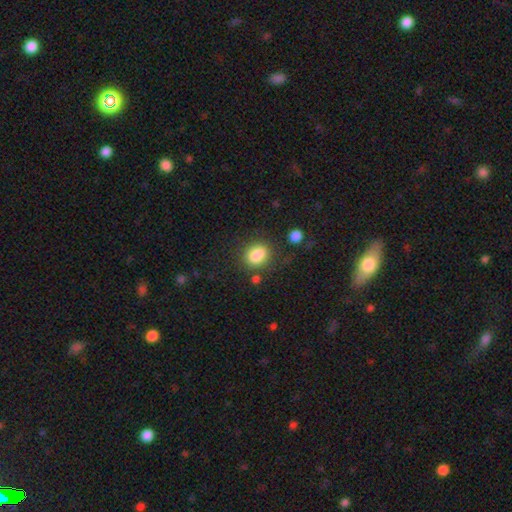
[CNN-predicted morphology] Q: Smooth or featured?
A: smooth (85%); runner-up: star or artifact (9%)
Q: How rounded?
A: in between (55%); runner-up: round (44%)
Q: Merging?
A: none (71%); runner-up: minor disturbance (15%)